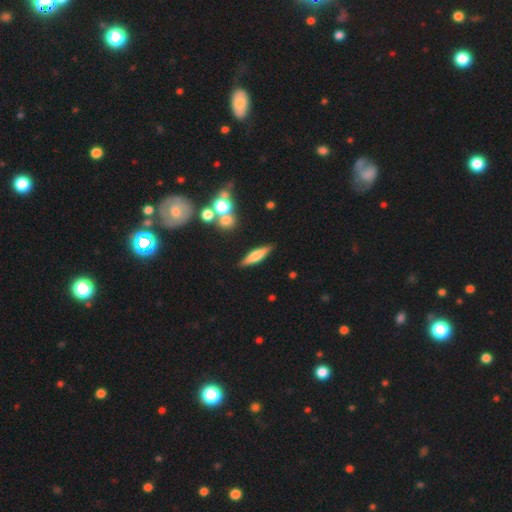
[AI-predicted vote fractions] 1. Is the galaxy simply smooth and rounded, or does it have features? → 56% smooth, 36% featured or disk, 8% star or artifact.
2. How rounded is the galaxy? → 71% cigar-shaped, 26% in between, 3% round.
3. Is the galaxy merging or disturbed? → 85% none, 9% minor disturbance, 4% merger, 3% major disturbance.